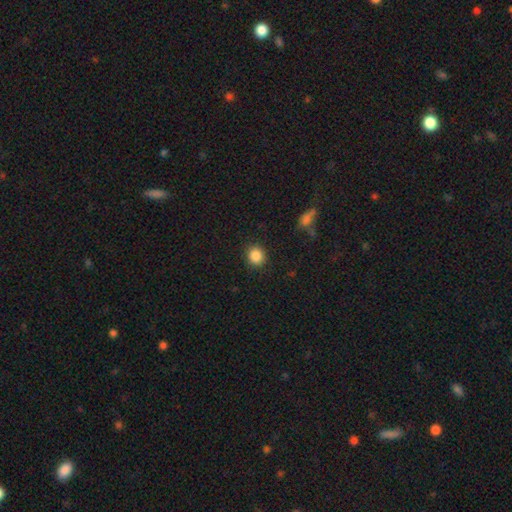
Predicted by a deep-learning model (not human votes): smooth 86%, star or artifact 10%, featured or disk 4%. Down the decision tree: how rounded — round (81%); merging — none (89%).